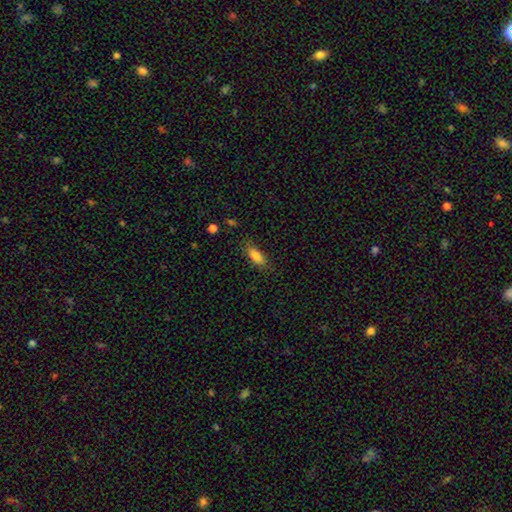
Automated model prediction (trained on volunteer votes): Smooth or featured? smooth (83%)
How rounded? in between (75%)
Merging? none (78%)